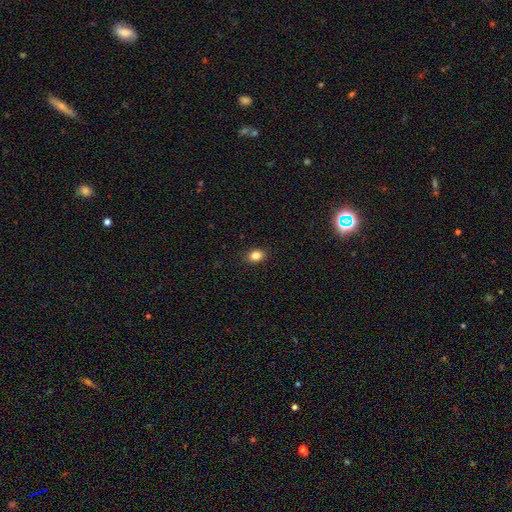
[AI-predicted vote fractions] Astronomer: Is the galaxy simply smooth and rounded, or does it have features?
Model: smooth — 84%.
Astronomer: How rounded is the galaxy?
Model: in between — 64%.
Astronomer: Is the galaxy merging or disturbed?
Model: none — 89%.